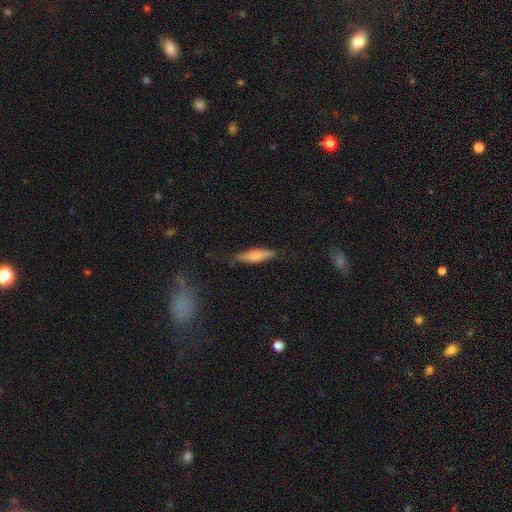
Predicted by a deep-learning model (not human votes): A smooth galaxy with no disk features (67%) that is cigar-shaped (69%).

Vote fractions:
- Smooth or featured? smooth: 67% / featured or disk: 26% / star or artifact: 6%
- How rounded? cigar-shaped: 69% / in between: 29% / round: 2%
- Merging? none: 77% / minor disturbance: 17% / major disturbance: 4% / merger: 2%